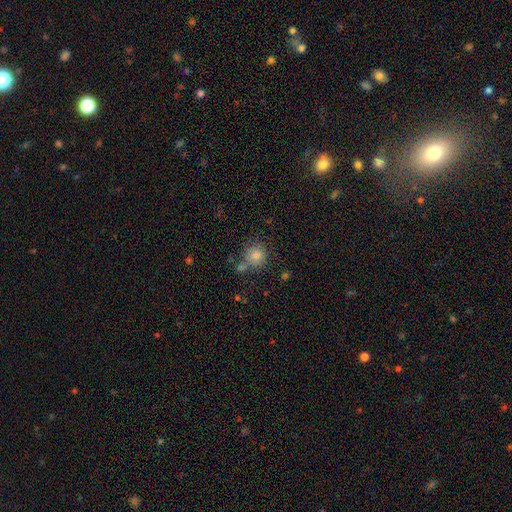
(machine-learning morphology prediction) Smooth or featured? Predicted: smooth (p=0.83). How rounded? Predicted: round (p=0.89). Merging? Predicted: none (p=0.68).